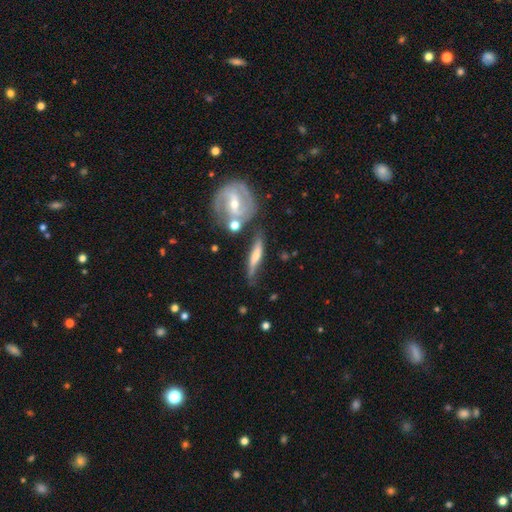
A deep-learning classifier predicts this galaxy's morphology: featured or disk 67%, smooth 27%, star or artifact 7%. Down the decision tree: edge-on disk — yes (68%); merging — none (64%).